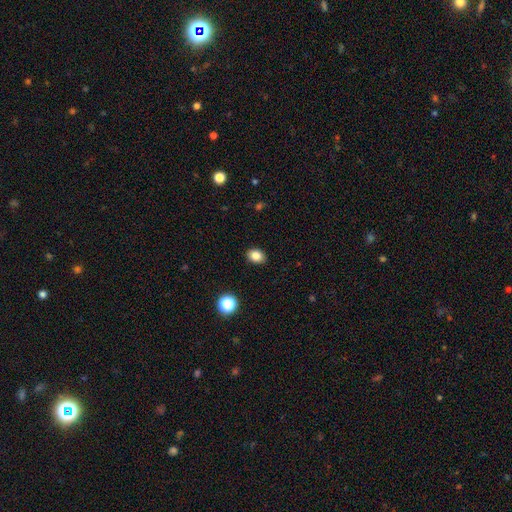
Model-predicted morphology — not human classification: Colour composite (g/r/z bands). It shows a smooth galaxy with no disk features (83%) that is in between round and cigar-shaped (64%). Merging: none (89%).